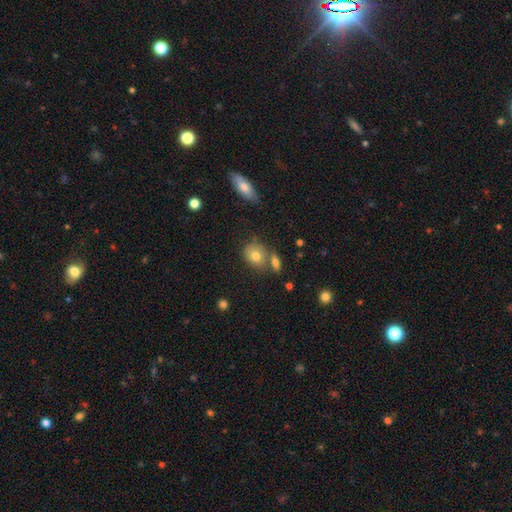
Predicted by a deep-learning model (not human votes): Morphology: type=smooth (76%); roundness=round (54%); merging=none (60%).